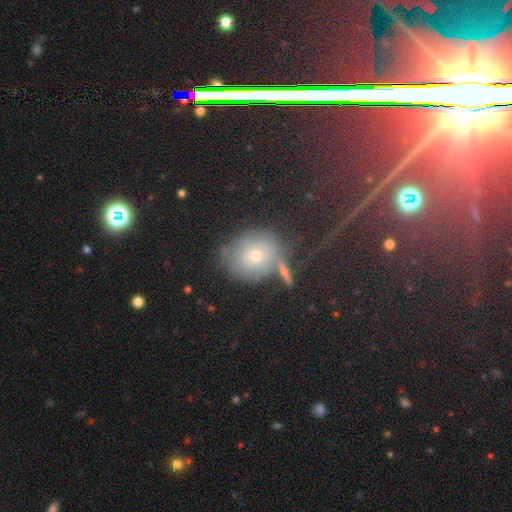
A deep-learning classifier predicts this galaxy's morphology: smooth_or_featured: smooth (p=0.41) [alt: star or artifact p=0.33]
merging: none (p=0.66) [alt: minor disturbance p=0.18]